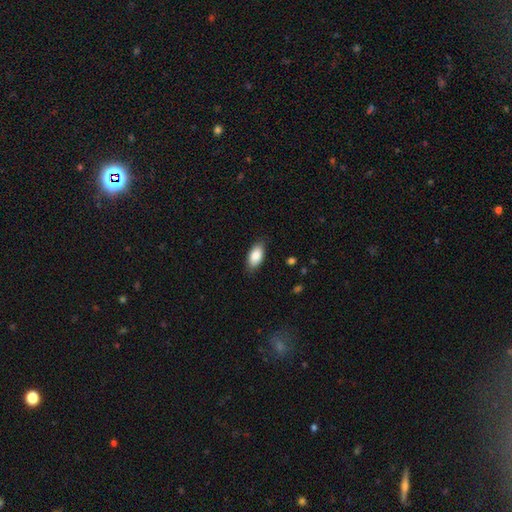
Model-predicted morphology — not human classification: Smooth or featured?
  - smooth: 86% *
  - featured or disk: 7%
  - star or artifact: 6%
How rounded?
  - in between: 92% *
  - cigar-shaped: 5%
  - round: 3%
Merging?
  - none: 86% *
  - minor disturbance: 11%
  - major disturbance: 2%
  - merger: 1%